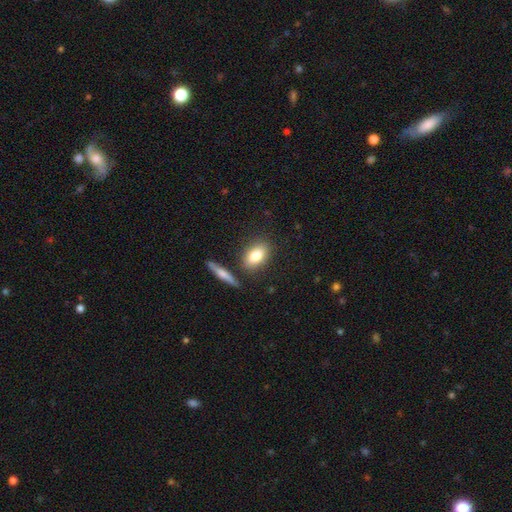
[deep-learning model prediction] This appears to be a smooth galaxy with no disk features (79%) that is in between round and cigar-shaped (80%). Merging: none (78%).